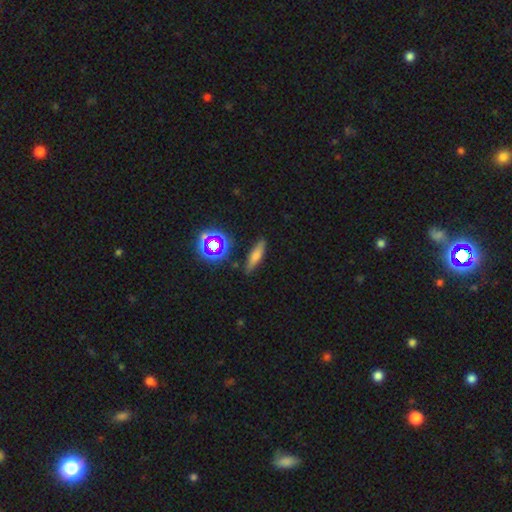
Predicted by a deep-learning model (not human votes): Smooth or featured: smooth — 57% (featured or disk — 27%)
How rounded: cigar-shaped — 64% (in between — 27%)
Merging: none — 84% (minor disturbance — 11%)